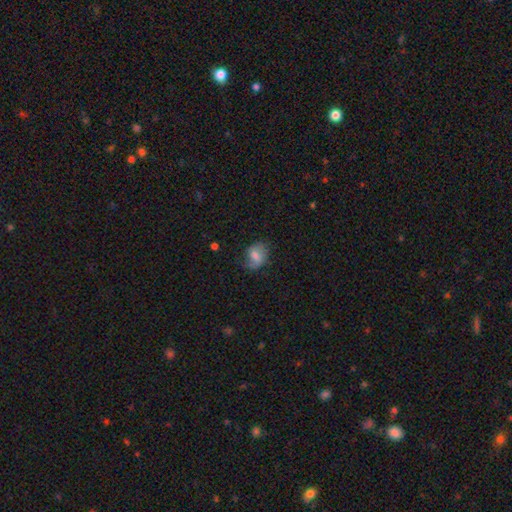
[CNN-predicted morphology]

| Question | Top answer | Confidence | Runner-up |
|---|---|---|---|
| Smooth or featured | smooth | 62% | featured or disk (30%) |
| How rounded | in between | 65% | round (34%) |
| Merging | none | 53% | minor disturbance (30%) |